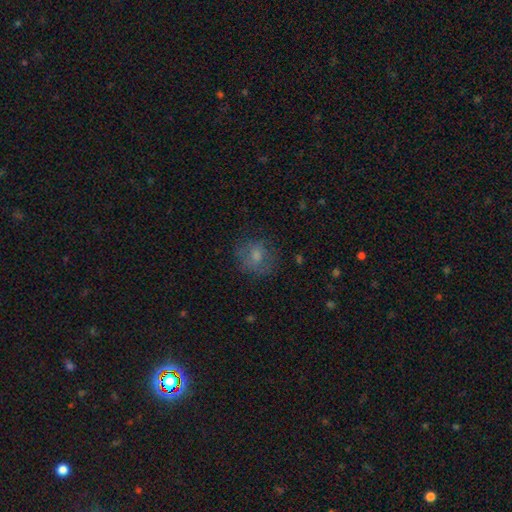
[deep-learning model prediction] A smooth galaxy with no disk features (67%) that is round (72%).

Vote fractions:
- Smooth or featured? smooth: 67% / featured or disk: 21% / star or artifact: 12%
- How rounded? round: 72% / in between: 27% / cigar-shaped: 1%
- Merging? none: 64% / minor disturbance: 20% / major disturbance: 14% / merger: 2%